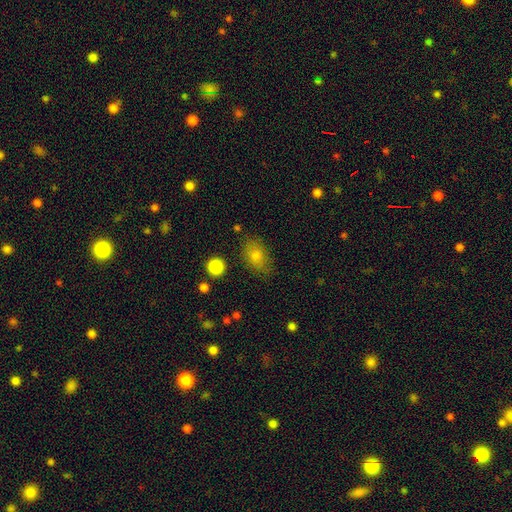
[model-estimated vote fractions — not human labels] smooth_or_featured: smooth (p=0.77) [alt: star or artifact p=0.12]
how_rounded: in between (p=0.81) [alt: round p=0.16]
merging: none (p=0.77) [alt: minor disturbance p=0.16]